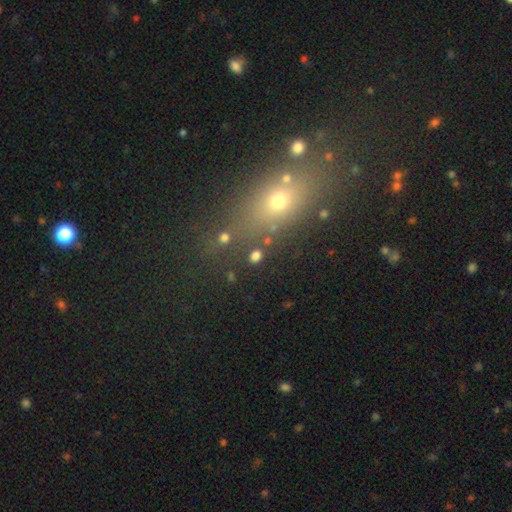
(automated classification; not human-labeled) This appears to be a smooth galaxy with no disk features (76%) that is round (55%). Merging: none (79%).